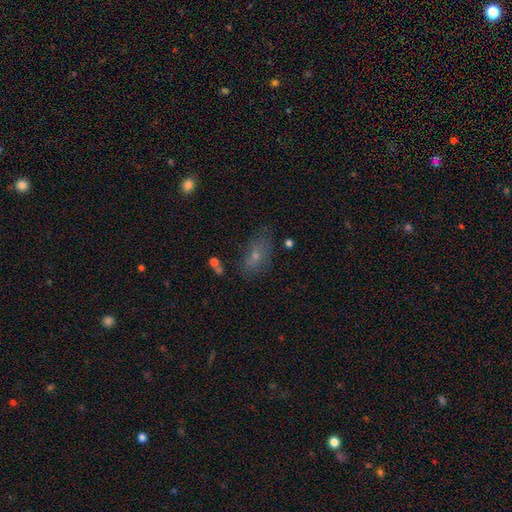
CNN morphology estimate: Q: Smooth or featured?
A: smooth (60%); runner-up: featured or disk (25%)
Q: How rounded?
A: in between (83%); runner-up: round (9%)
Q: Merging?
A: none (62%); runner-up: minor disturbance (23%)